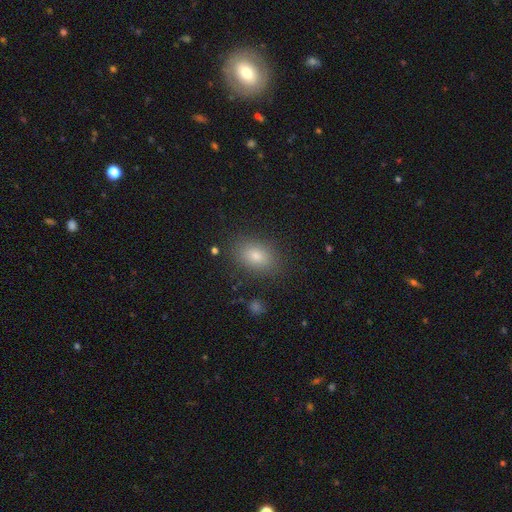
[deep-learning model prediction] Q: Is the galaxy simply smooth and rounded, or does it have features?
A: smooth — 78%.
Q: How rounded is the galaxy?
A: in between — 83%.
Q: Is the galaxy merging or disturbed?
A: none — 85%.